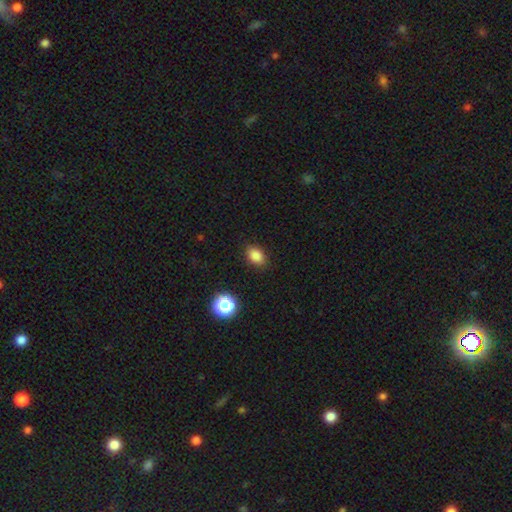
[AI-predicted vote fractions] smooth-or-featured: smooth: 84% | star or artifact: 11% | featured or disk: 4%
  how-rounded: in between: 80% | round: 18% | cigar-shaped: 1%
  merging: none: 87% | minor disturbance: 10% | major disturbance: 3% | merger: 1%